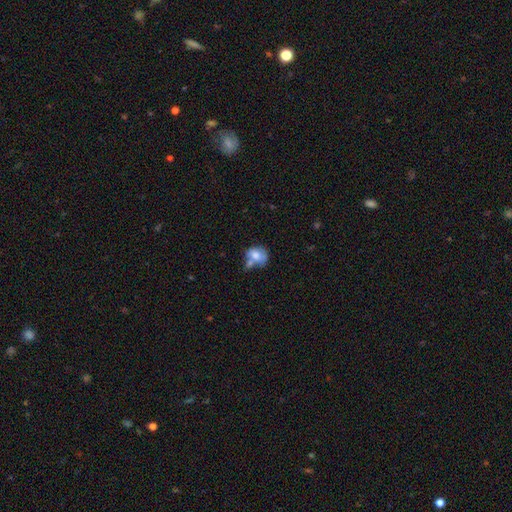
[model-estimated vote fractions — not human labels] A smooth galaxy with no disk features (65%) that is in between round and cigar-shaped (53%).

Vote fractions:
- Smooth or featured? smooth: 65% / featured or disk: 26% / star or artifact: 9%
- How rounded? in between: 53% / round: 45% / cigar-shaped: 1%
- Merging? merger: 39% / none: 27% / minor disturbance: 20% / major disturbance: 14%